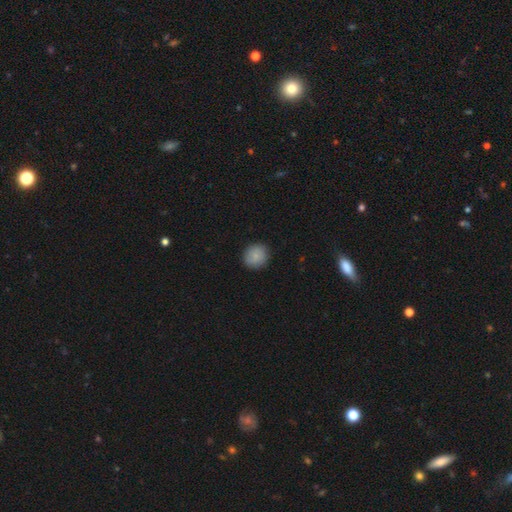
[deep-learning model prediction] This is clearly a smooth galaxy (85%). How rounded: clearly round (87%). Merging: clearly none (90%).